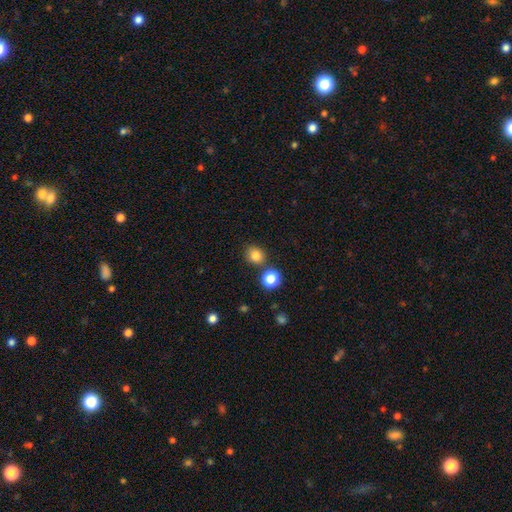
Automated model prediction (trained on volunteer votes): A smooth galaxy with no disk features (82%) that is round (79%).

Vote fractions:
- Smooth or featured? smooth: 82% / star or artifact: 13% / featured or disk: 5%
- How rounded? round: 79% / in between: 20% / cigar-shaped: 1%
- Merging? none: 77% / merger: 12% / minor disturbance: 9% / major disturbance: 3%